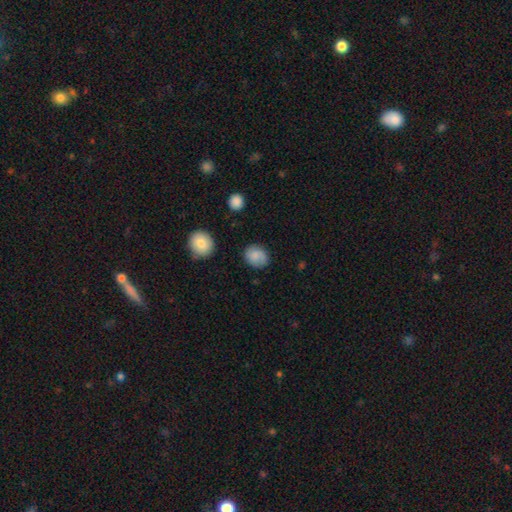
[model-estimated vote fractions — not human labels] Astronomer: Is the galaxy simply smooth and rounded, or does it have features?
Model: smooth — 81%.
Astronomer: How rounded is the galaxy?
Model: round — 63%.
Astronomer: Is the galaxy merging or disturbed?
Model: none — 81%.